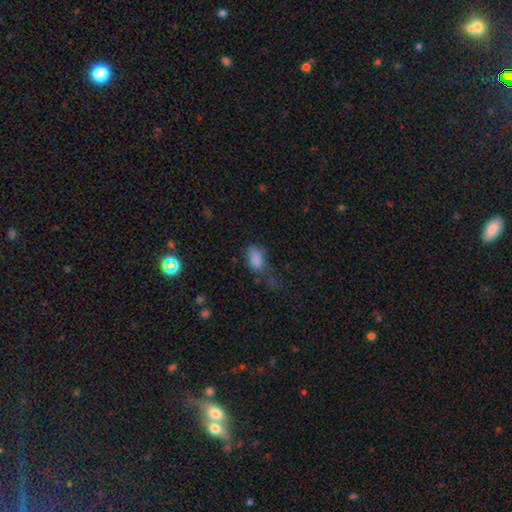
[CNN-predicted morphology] type=smooth (76%); roundness=in between (85%); merging=major disturbance (33%, tied with none).